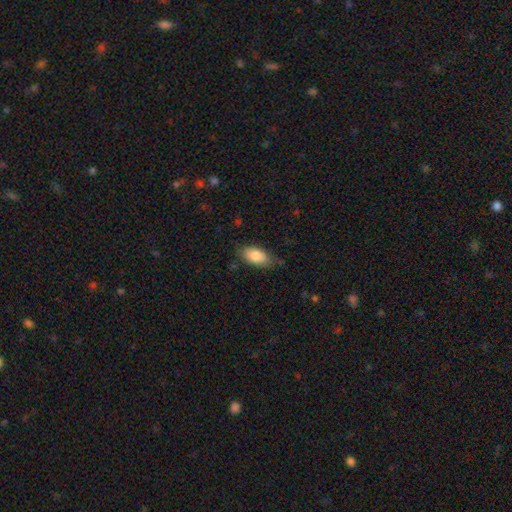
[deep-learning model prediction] Smooth or featured? smooth (83%)
How rounded? in between (91%)
Merging? none (70%)